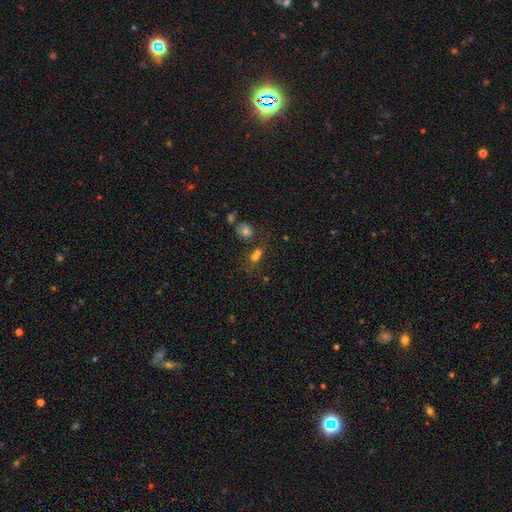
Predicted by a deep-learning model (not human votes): smooth-or-featured: smooth: 66% | star or artifact: 21% | featured or disk: 13%
  how-rounded: round: 53% | in between: 44% | cigar-shaped: 4%
  merging: merger: 42% | none: 40% | minor disturbance: 11% | major disturbance: 7%